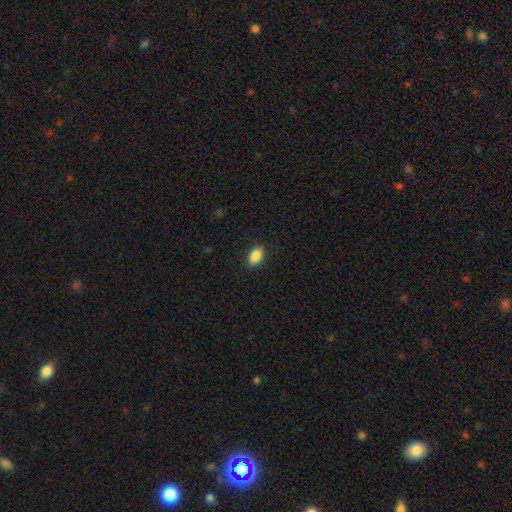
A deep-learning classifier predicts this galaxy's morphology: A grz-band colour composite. It shows a smooth galaxy with no disk features (89%) that is in between round and cigar-shaped (89%). Merging: none (89%).